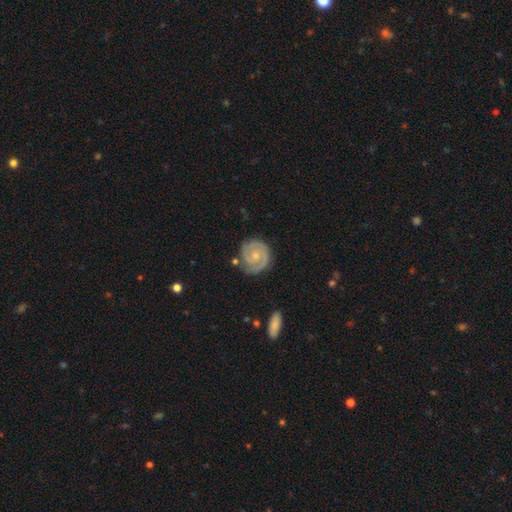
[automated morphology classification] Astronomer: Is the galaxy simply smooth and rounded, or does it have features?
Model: featured or disk — 85%.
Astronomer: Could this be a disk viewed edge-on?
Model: no — 98%.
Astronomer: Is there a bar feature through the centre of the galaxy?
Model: no — 67%.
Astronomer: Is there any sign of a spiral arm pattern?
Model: yes — 97%.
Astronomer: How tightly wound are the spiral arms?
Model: tight — 70%.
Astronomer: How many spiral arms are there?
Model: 2 — 71%.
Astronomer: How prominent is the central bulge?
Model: small — 63%.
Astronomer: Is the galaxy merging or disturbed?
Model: none — 76%.